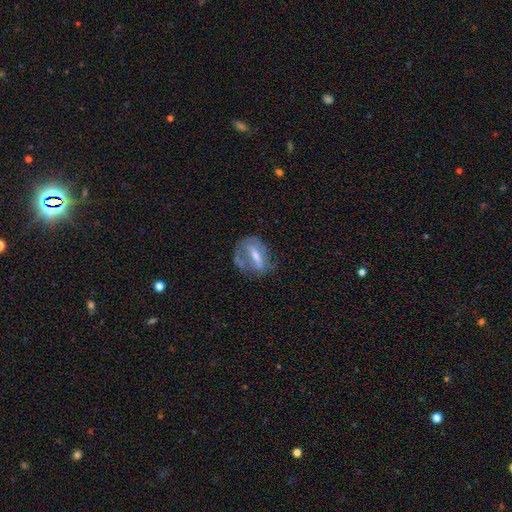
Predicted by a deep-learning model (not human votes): Smooth or featured: featured or disk — 59% (smooth — 33%)
Edge-on disk: no — 86% (yes — 14%)
Bar: strong — 44% (weak — 33%)
Spiral arms: no — 62% (yes — 38%)
Bulge size: moderate — 48% (small — 38%)
Merging: none — 46% (minor disturbance — 25%)